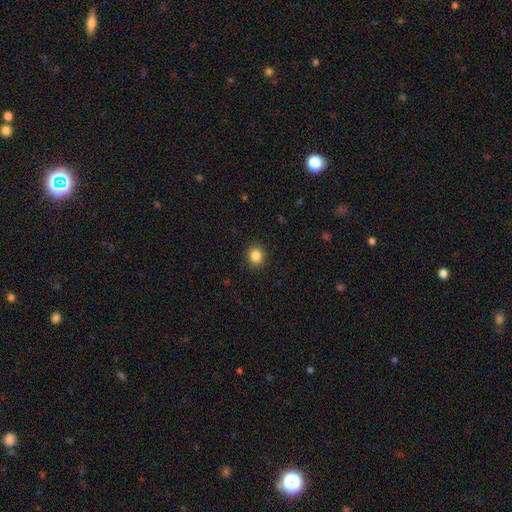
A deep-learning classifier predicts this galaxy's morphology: The model was most divided on "how rounded": round: 78%, in between: 21%, cigar-shaped: 1%. More confident: merging — none (90%); smooth or featured — smooth (85%).